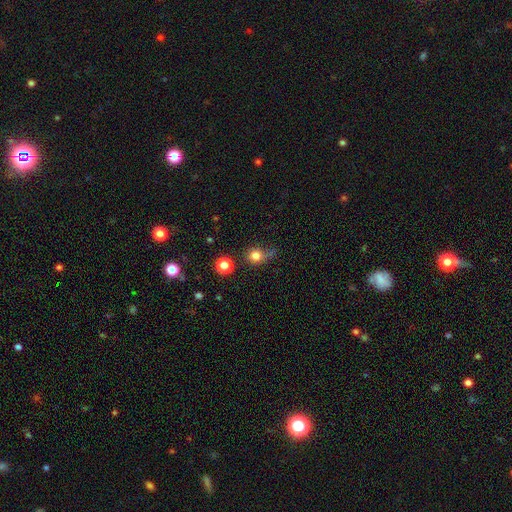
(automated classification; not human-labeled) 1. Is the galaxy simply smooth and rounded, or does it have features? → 78% smooth, 13% star or artifact, 9% featured or disk.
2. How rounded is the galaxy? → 81% round, 17% in between, 1% cigar-shaped.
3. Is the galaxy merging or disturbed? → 47% none, 27% minor disturbance, 19% major disturbance, 8% merger.